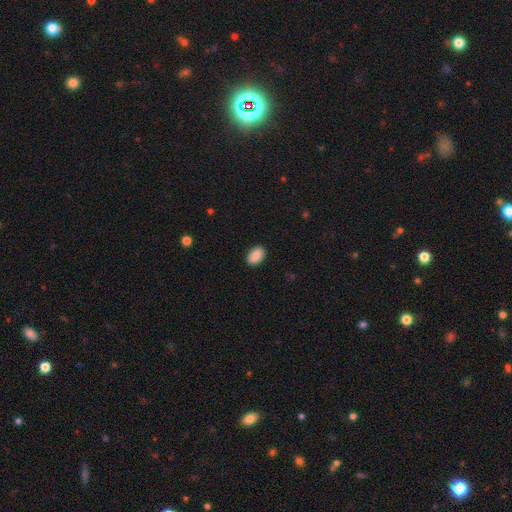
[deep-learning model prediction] Morphology: type=smooth (86%); roundness=in between (89%); merging=none (88%).